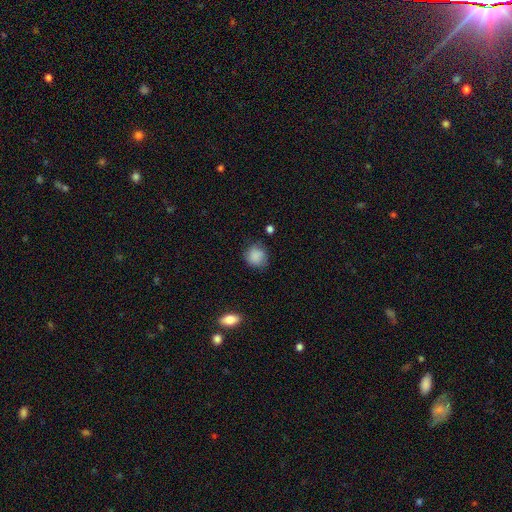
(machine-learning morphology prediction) A smooth galaxy with no disk features (86%) that is round (84%). Merging: none (76%).